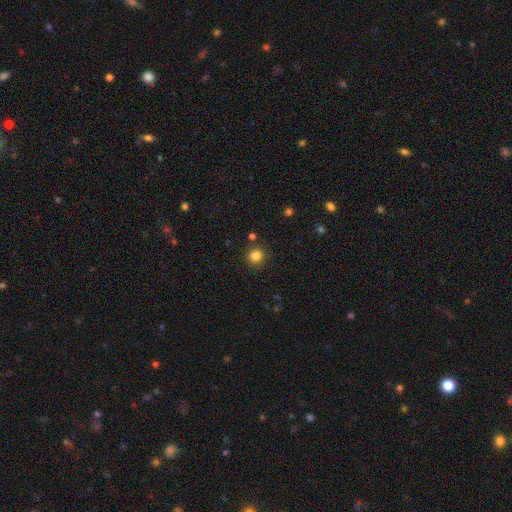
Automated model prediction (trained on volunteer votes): smooth 83%, star or artifact 12%, featured or disk 5%. Down the decision tree: how rounded — round (92%); merging — none (88%).